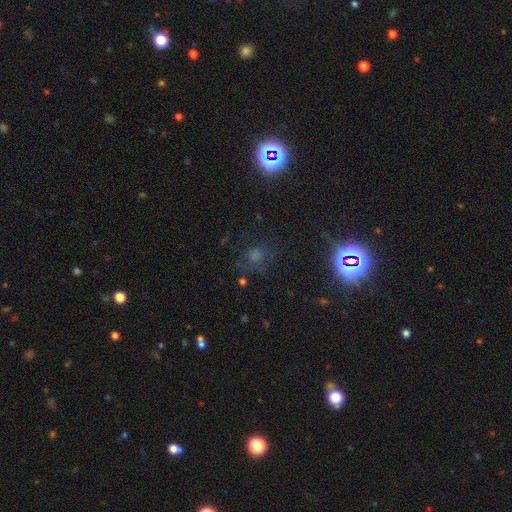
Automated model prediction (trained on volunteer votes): star or artifact 51%, smooth 33%, featured or disk 16%.